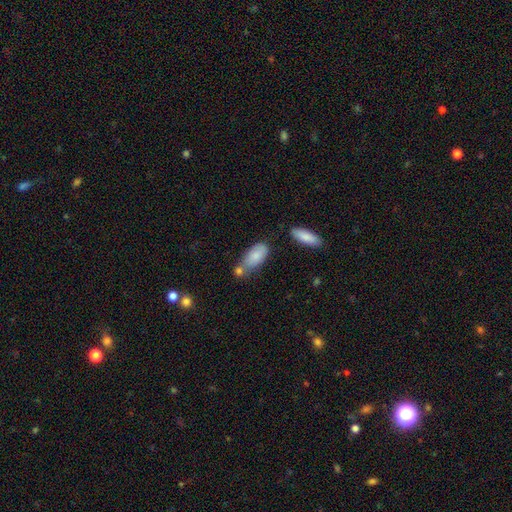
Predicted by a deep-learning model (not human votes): Smooth or featured?
  - smooth: 81% *
  - featured or disk: 12%
  - star or artifact: 7%
How rounded?
  - in between: 87% *
  - cigar-shaped: 10%
  - round: 3%
Merging?
  - none: 43% *
  - merger: 29%
  - minor disturbance: 22%
  - major disturbance: 7%